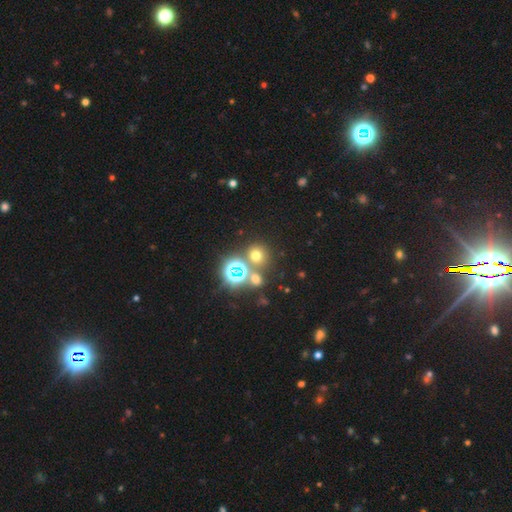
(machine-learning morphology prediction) smooth_or_featured: smooth (p=0.57) [alt: star or artifact p=0.35]
how_rounded: round (p=0.88) [alt: in between p=0.11]
merging: none (p=0.73) [alt: merger p=0.16]